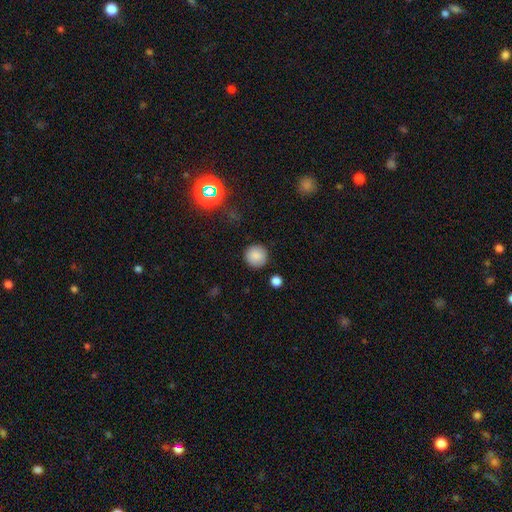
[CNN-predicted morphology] Smooth or featured? smooth (85%)
How rounded? round (95%)
Merging? none (90%)